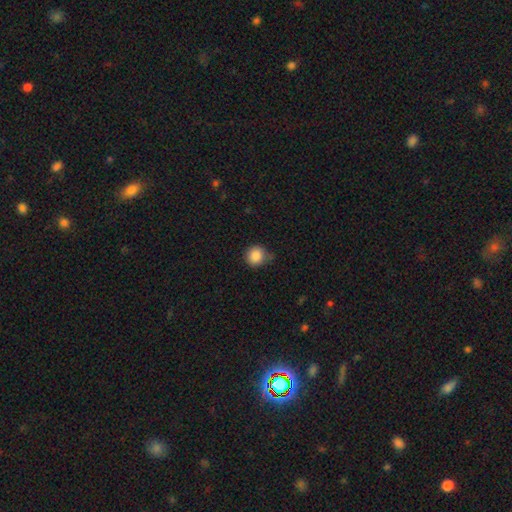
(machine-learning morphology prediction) smooth 87%, star or artifact 9%, featured or disk 4%. Down the decision tree: how rounded — round (91%); merging — none (73%).